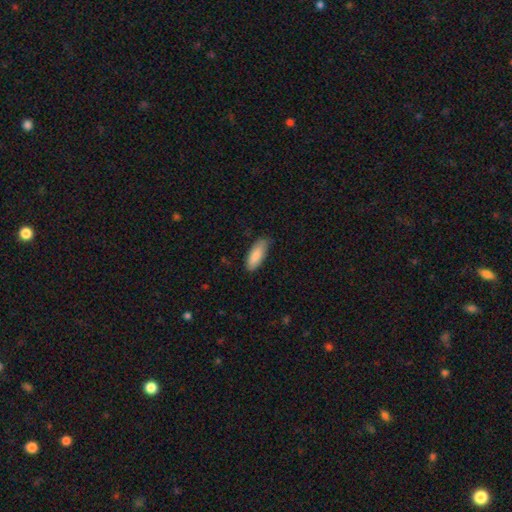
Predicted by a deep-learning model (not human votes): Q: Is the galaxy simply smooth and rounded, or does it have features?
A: smooth — 87%.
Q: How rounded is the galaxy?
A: in between — 73%.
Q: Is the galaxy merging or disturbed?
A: none — 73%.